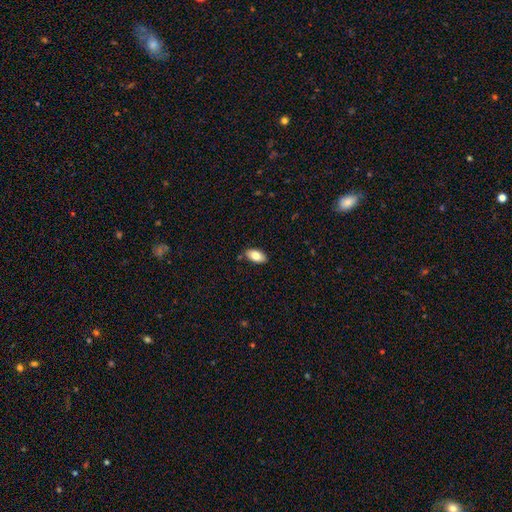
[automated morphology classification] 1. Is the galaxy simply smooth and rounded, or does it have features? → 81% smooth, 12% featured or disk, 7% star or artifact.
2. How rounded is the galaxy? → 93% in between, 4% cigar-shaped, 3% round.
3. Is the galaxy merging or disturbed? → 85% none, 11% minor disturbance, 2% merger, 2% major disturbance.